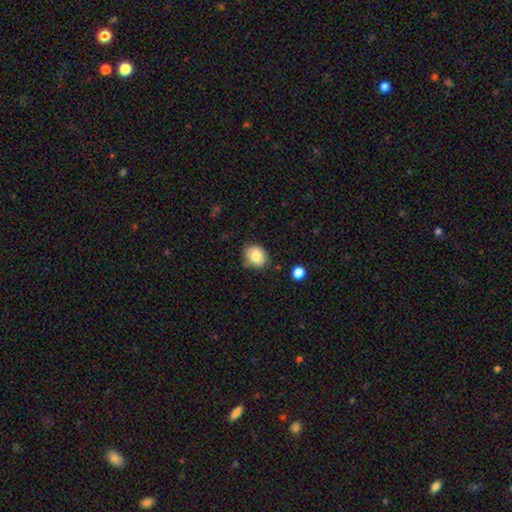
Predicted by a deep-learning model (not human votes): A smooth galaxy with no disk features (83%) that is round (62%).

Vote fractions:
- Smooth or featured? smooth: 83% / star or artifact: 9% / featured or disk: 8%
- How rounded? round: 62% / in between: 37% / cigar-shaped: 1%
- Merging? none: 75% / minor disturbance: 18% / major disturbance: 4% / merger: 3%